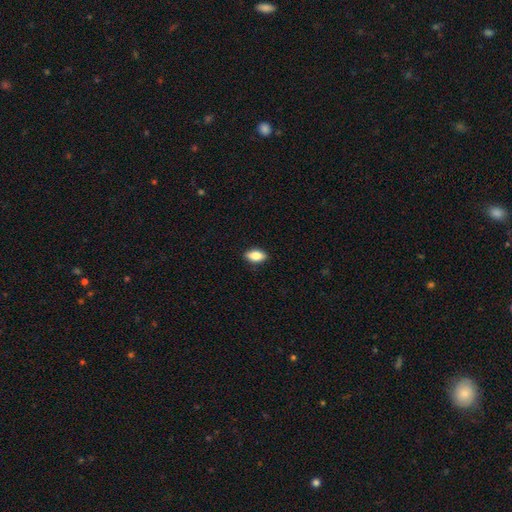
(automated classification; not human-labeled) Smooth or featured?
  - smooth: 82% *
  - featured or disk: 11%
  - star or artifact: 7%
How rounded?
  - in between: 89% *
  - cigar-shaped: 6%
  - round: 5%
Merging?
  - none: 89% *
  - minor disturbance: 8%
  - major disturbance: 2%
  - merger: 1%